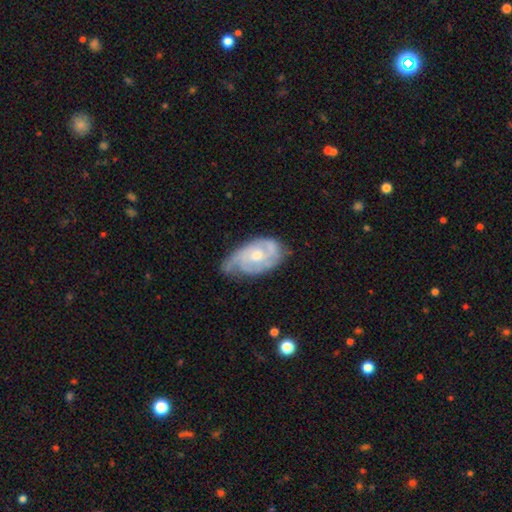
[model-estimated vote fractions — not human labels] This is likely a featured or disk galaxy (76%). It is clearly not viewed edge-on (96%). Bar: likely no (75%). Spiral arm pattern: clearly yes (89%). Spiral arm count: marginally 2 (34%, tied with can't tell). Spiral winding: possibly tight (58%). Central bulge: possibly moderate (57%). Merging: possibly none (48%).